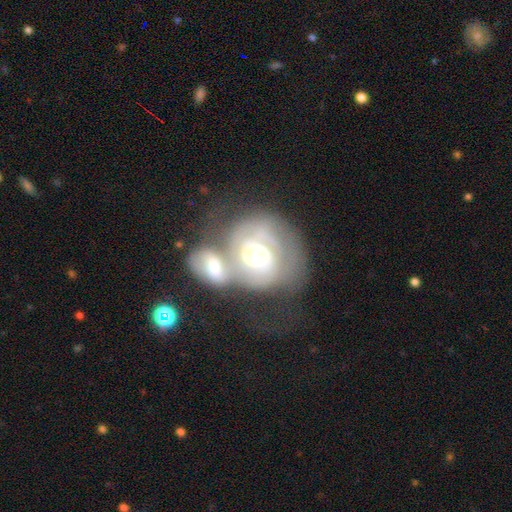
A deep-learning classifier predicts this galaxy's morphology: Smooth or featured? Predicted: featured or disk (p=0.84). Edge-on disk? Predicted: no (p=0.97). Bar? Predicted: no (p=0.47). Spiral arms? Predicted: yes (p=0.92). Spiral winding? Predicted: tight (p=0.65). Spiral arm count? Predicted: 2 (p=0.53). Bulge size? Predicted: moderate (p=0.66). Merging? Predicted: merger (p=0.65).